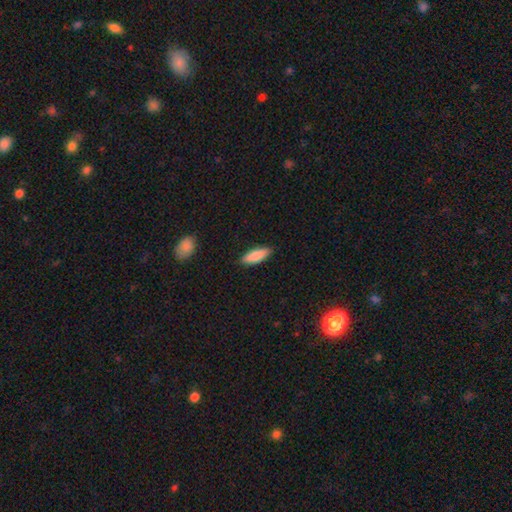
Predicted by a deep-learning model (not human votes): Smooth or featured?
  - smooth: 84% *
  - featured or disk: 10%
  - star or artifact: 6%
How rounded?
  - in between: 57% *
  - cigar-shaped: 41%
  - round: 2%
Merging?
  - none: 88% *
  - minor disturbance: 9%
  - major disturbance: 2%
  - merger: 1%